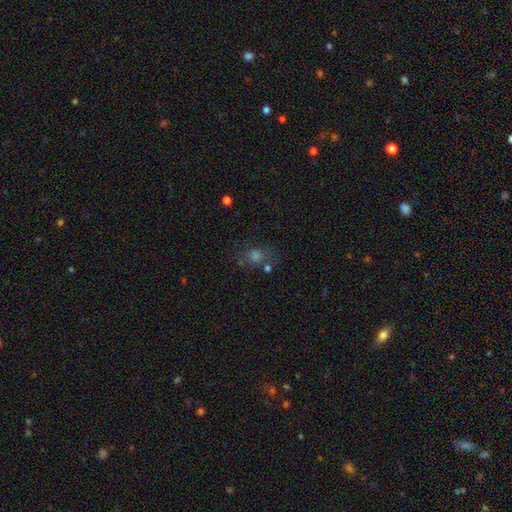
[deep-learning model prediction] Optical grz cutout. It shows a smooth galaxy with no disk features (52%) that is round (57%). Merging: none (65%).